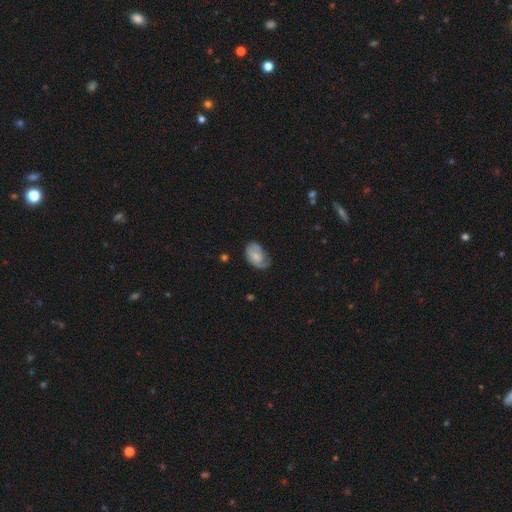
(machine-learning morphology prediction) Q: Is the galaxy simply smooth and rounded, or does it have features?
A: smooth — 47%.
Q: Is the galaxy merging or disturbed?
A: none — 45%.